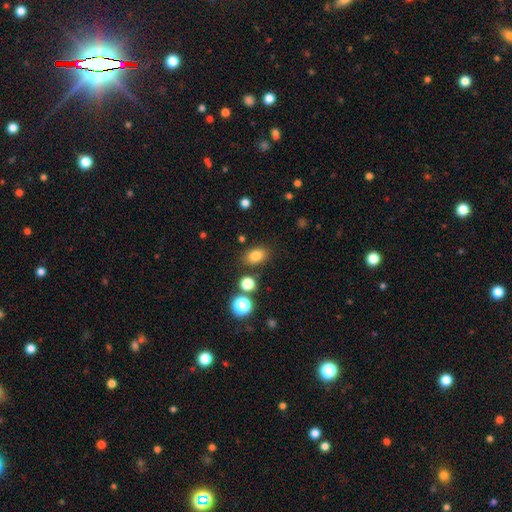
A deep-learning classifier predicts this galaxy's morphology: Smooth or featured?
  - smooth: 80% *
  - star or artifact: 12%
  - featured or disk: 7%
How rounded?
  - in between: 76% *
  - round: 23%
  - cigar-shaped: 1%
Merging?
  - none: 80% *
  - minor disturbance: 11%
  - merger: 5%
  - major disturbance: 3%